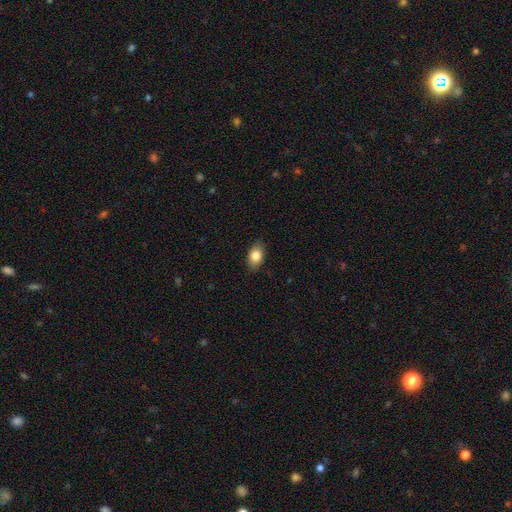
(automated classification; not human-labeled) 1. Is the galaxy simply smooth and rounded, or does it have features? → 83% smooth, 9% featured or disk, 8% star or artifact.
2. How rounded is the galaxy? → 86% in between, 12% round, 2% cigar-shaped.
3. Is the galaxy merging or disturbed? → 85% none, 11% minor disturbance, 2% major disturbance, 1% merger.